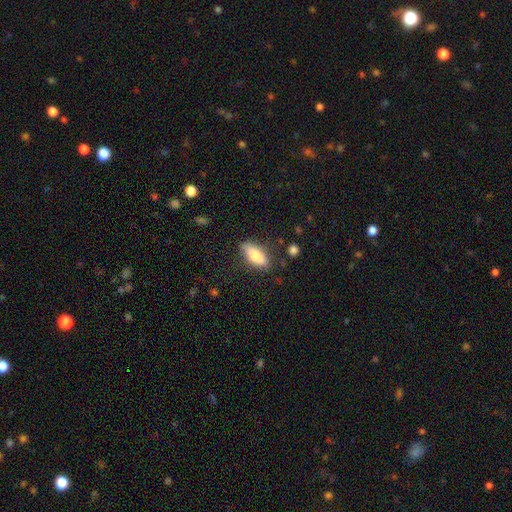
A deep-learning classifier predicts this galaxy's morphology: Smooth or featured?
  - smooth: 75% *
  - featured or disk: 18%
  - star or artifact: 6%
How rounded?
  - in between: 69% *
  - cigar-shaped: 29%
  - round: 2%
Merging?
  - none: 79% *
  - minor disturbance: 16%
  - major disturbance: 4%
  - merger: 2%